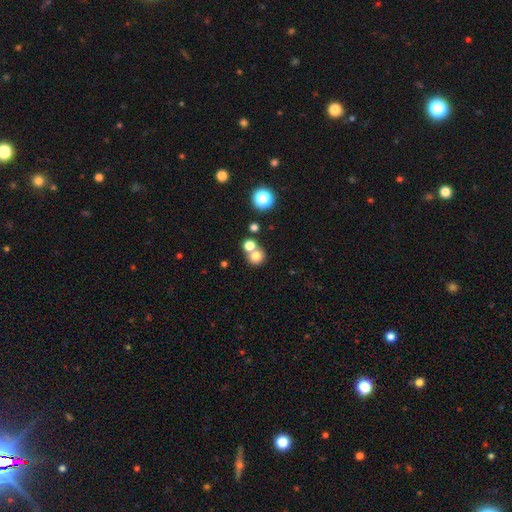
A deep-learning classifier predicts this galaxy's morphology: This is likely a smooth galaxy (76%). How rounded: clearly round (85%). Merging: possibly none (49%).